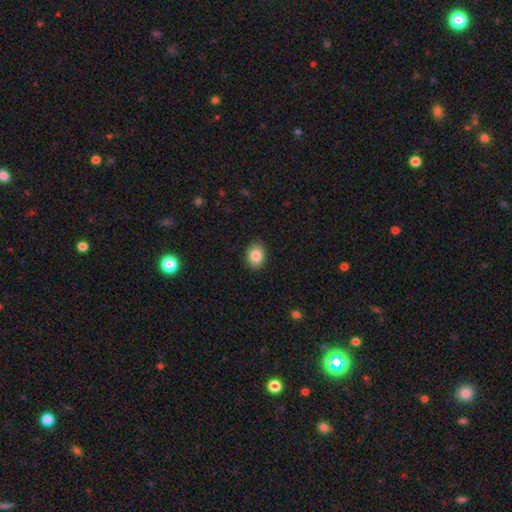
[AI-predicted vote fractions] The model was most divided on "how rounded": in between: 56%, round: 43%, cigar-shaped: 1%. More confident: merging — none (90%); smooth or featured — smooth (86%).